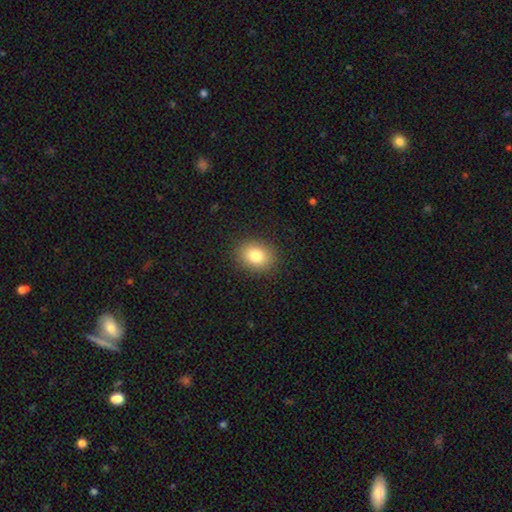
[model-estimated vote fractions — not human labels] smooth-or-featured: smooth: 82% | star or artifact: 10% | featured or disk: 8%
  how-rounded: in between: 50% | round: 49% | cigar-shaped: 1%
  merging: none: 89% | minor disturbance: 8% | major disturbance: 2% | merger: 1%